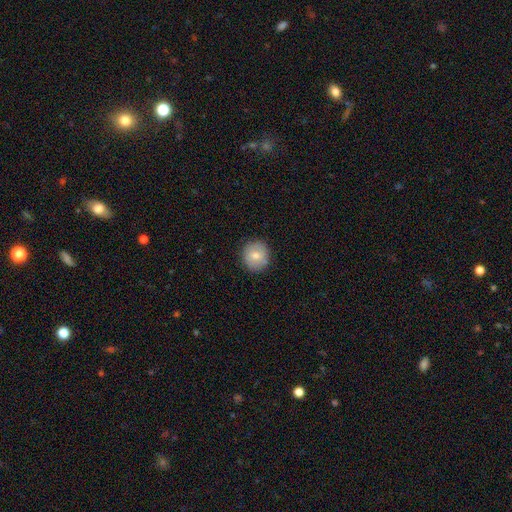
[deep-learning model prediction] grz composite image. It shows a smooth galaxy with no disk features (74%) that is round (88%). Merging: none (86%).